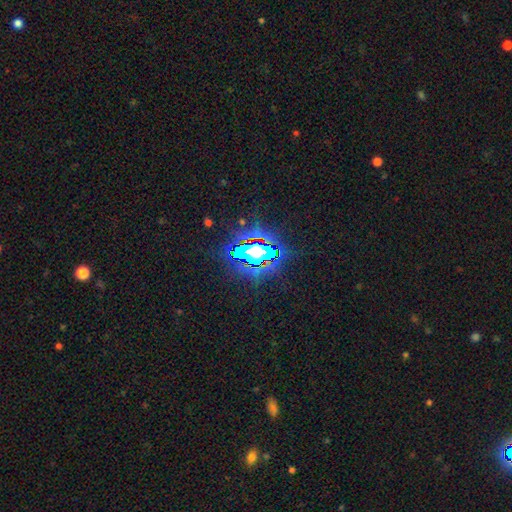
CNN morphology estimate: A star or artifact, not a galaxy (81%).